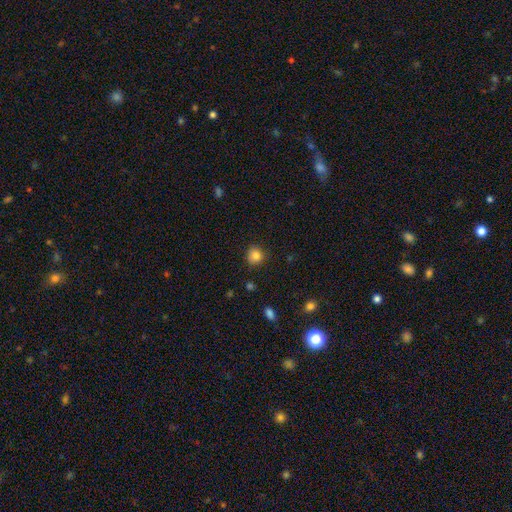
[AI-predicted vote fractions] Overall: smooth (83%). How rounded: round (88%). Merging: none (87%).